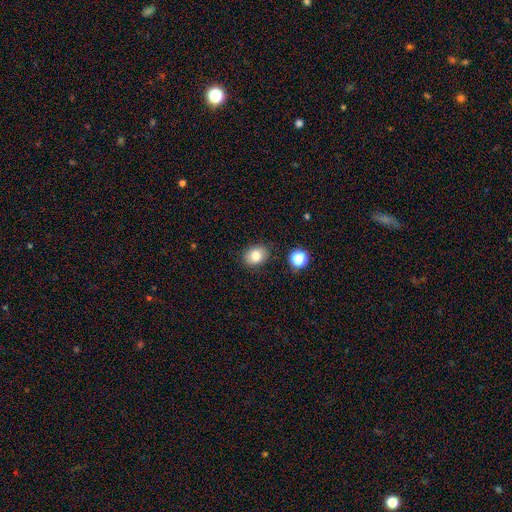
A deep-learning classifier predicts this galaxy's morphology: This is clearly a smooth galaxy (81%). How rounded: possibly in between (57%). Merging: clearly none (84%).